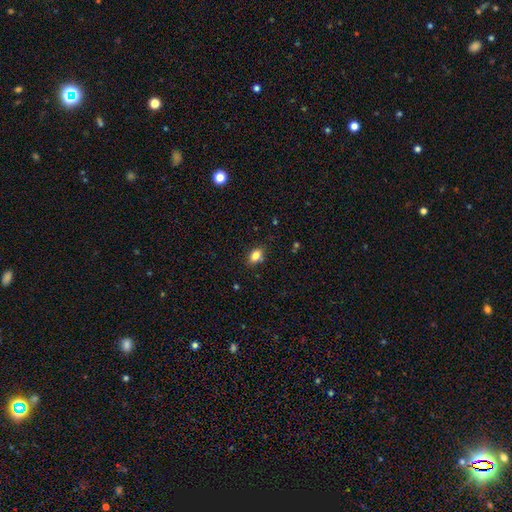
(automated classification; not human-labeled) Overall: smooth (82%). How rounded: in between (79%). Merging: none (81%).